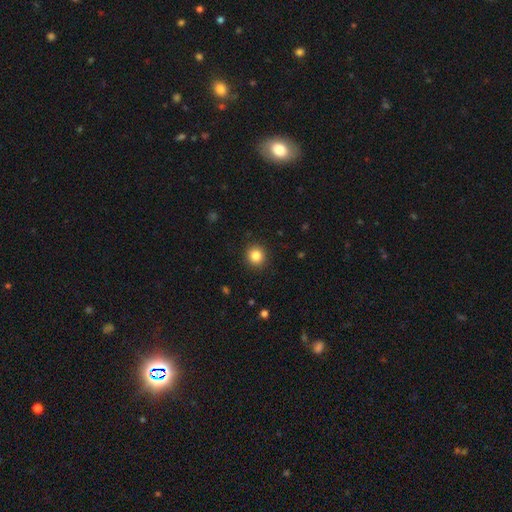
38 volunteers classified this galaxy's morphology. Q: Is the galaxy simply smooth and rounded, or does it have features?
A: smooth — 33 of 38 (87%).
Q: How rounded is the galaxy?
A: round — 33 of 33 (100%).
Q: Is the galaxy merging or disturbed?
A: none — 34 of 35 (97%).